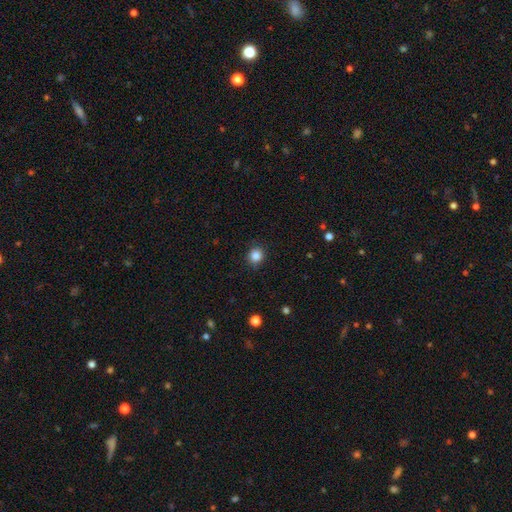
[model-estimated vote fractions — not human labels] Smooth or featured? smooth (85%)
How rounded? round (85%)
Merging? none (87%)